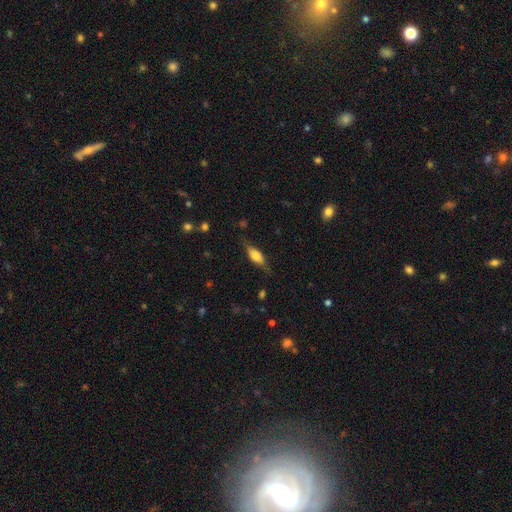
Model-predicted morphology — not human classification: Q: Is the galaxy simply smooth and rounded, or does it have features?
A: smooth — 60%.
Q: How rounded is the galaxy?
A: in between — 65%.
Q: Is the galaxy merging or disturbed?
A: none — 74%.